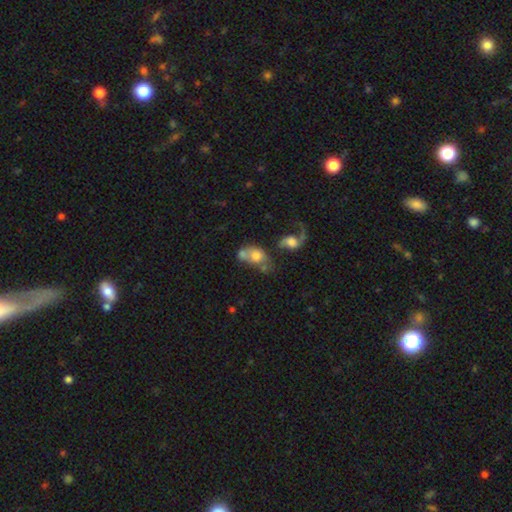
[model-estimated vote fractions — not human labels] smooth-or-featured: smooth: 58% | featured or disk: 32% | star or artifact: 10%
  how-rounded: in between: 58% | round: 40% | cigar-shaped: 2%
  merging: merger: 54% | none: 22% | major disturbance: 13% | minor disturbance: 11%